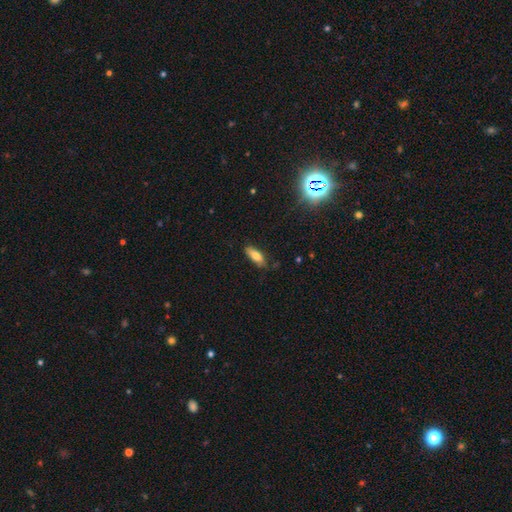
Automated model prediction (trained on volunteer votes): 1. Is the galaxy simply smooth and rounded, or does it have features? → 75% smooth, 17% featured or disk, 8% star or artifact.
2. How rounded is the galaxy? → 65% in between, 33% cigar-shaped, 2% round.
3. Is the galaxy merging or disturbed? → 75% none, 20% minor disturbance, 4% major disturbance, 2% merger.